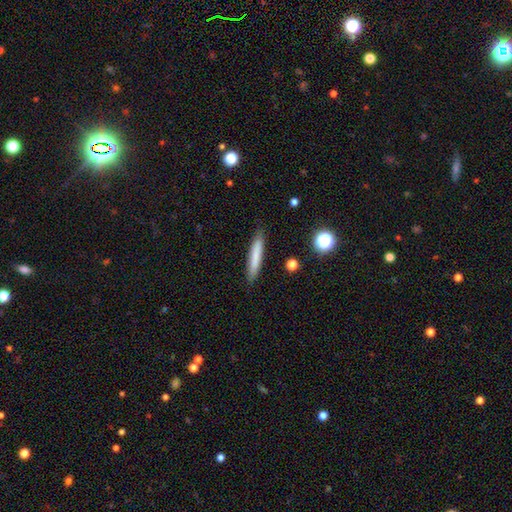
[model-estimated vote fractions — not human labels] The model was most divided on "smooth or featured": smooth: 76%, featured or disk: 16%, star or artifact: 8%. More confident: how rounded — cigar-shaped (93%); merging — none (88%).